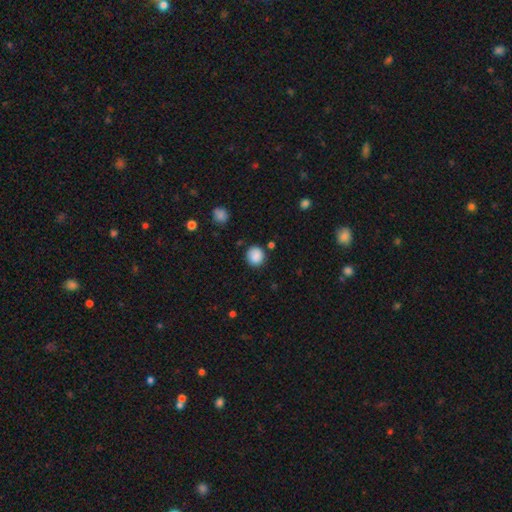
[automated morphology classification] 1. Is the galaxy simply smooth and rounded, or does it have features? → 87% smooth, 9% star or artifact, 3% featured or disk.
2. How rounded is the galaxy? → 88% round, 11% in between, 1% cigar-shaped.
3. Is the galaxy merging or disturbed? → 84% none, 11% minor disturbance, 3% major disturbance, 3% merger.